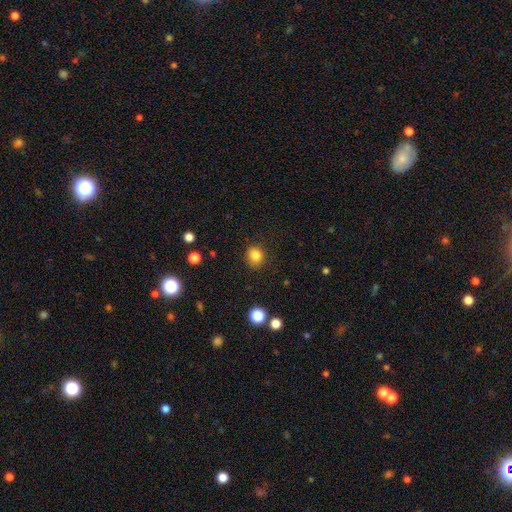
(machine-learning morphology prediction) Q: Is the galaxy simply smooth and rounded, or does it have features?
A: smooth — 84%.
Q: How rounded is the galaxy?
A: round — 75%.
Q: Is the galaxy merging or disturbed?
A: none — 86%.